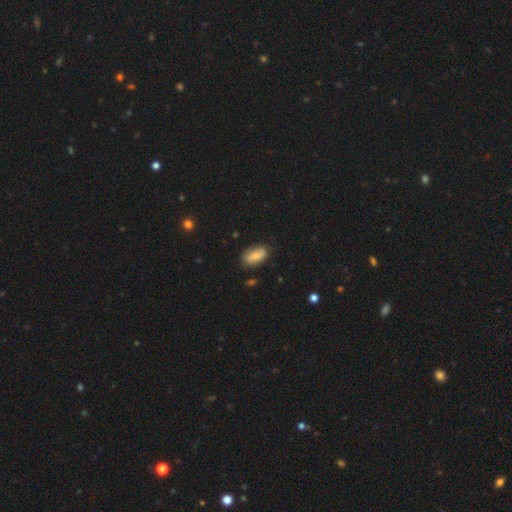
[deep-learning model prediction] A smooth galaxy with no disk features (74%) that is in between round and cigar-shaped (91%). Merging: none (75%).